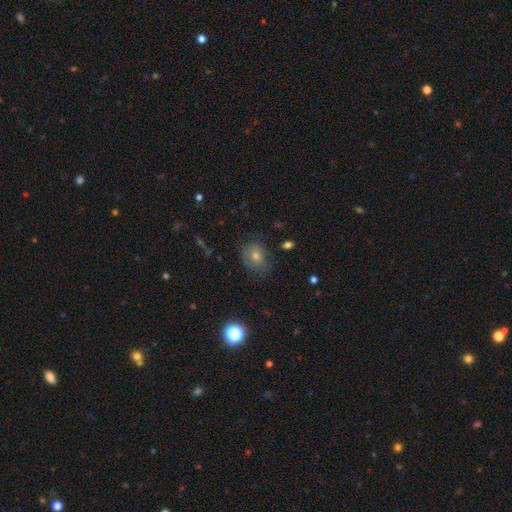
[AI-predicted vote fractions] This is possibly a smooth galaxy (50%). How rounded: likely round (61%). Merging: likely none (74%).